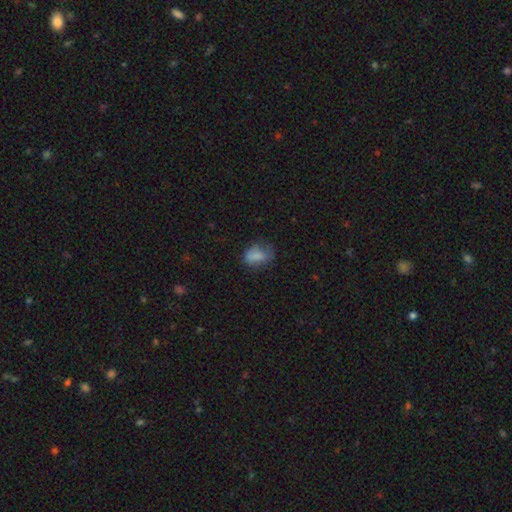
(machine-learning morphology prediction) A smooth galaxy with no disk features (76%) that is in between round and cigar-shaped (80%). Merging: none (46%).